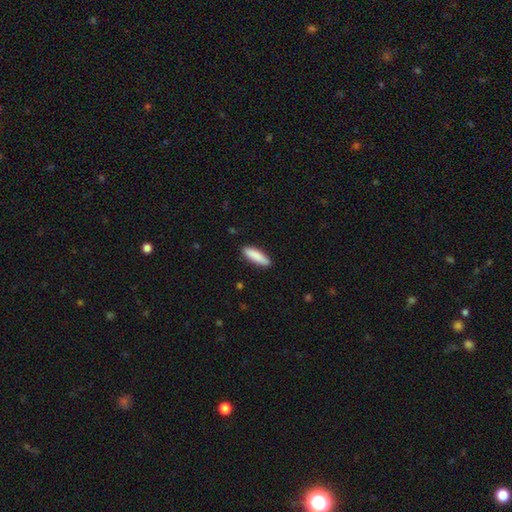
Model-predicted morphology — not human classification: Overall: smooth (88%). How rounded: cigar-shaped (63%; in between 36%). Merging: none (87%).